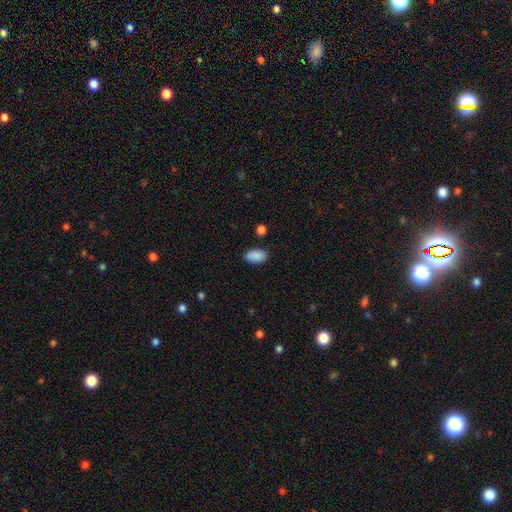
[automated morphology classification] Smooth or featured? smooth (88%)
How rounded? in between (93%)
Merging? none (82%)